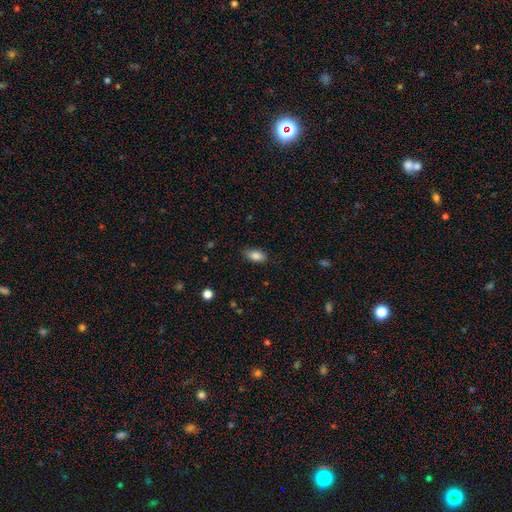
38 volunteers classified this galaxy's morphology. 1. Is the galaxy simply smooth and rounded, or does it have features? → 89% smooth, 8% star or artifact, 3% featured or disk.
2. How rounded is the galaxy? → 82% in between, 9% round, 9% cigar-shaped.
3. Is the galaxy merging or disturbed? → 89% none, 9% minor disturbance, 3% major disturbance, 0% merger.